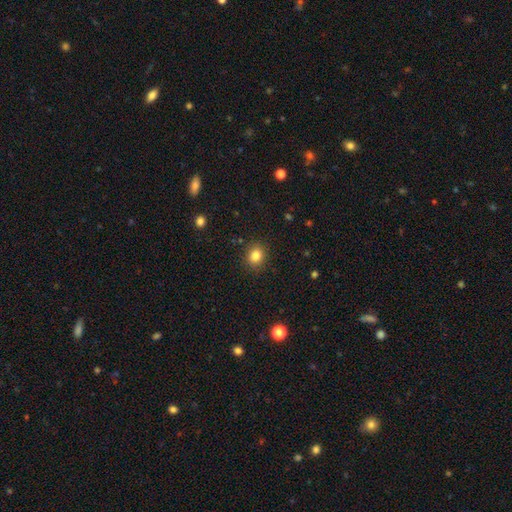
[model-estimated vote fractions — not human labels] The model was most divided on "how rounded": round: 67%, in between: 32%, cigar-shaped: 1%. More confident: merging — none (88%); smooth or featured — smooth (83%).